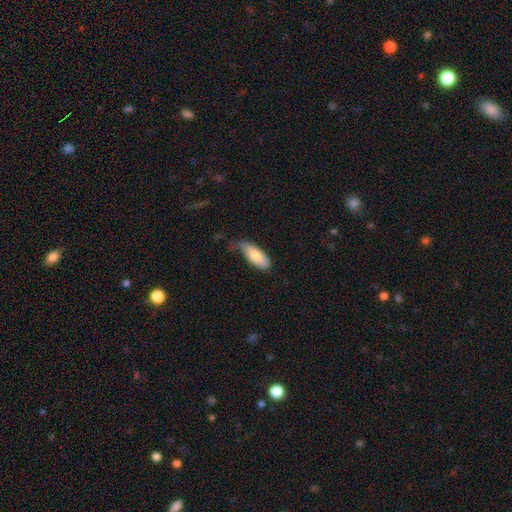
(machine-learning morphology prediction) This appears to be a smooth galaxy with no disk features (81%) that is in between round and cigar-shaped (80%). Merging: none (47%).